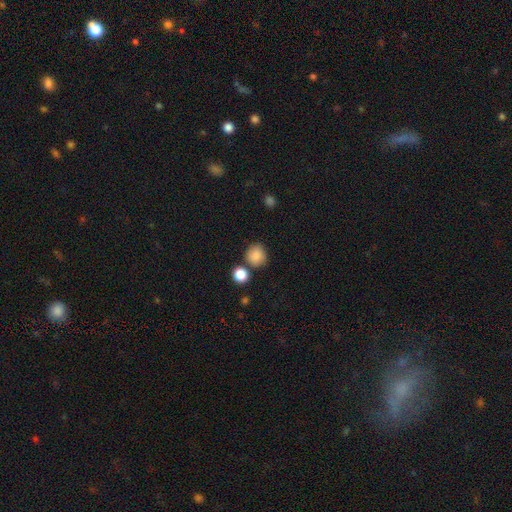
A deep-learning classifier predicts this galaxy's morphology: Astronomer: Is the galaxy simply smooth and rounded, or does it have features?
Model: smooth — 87%.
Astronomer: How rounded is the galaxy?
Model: round — 86%.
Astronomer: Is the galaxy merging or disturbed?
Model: none — 73%.